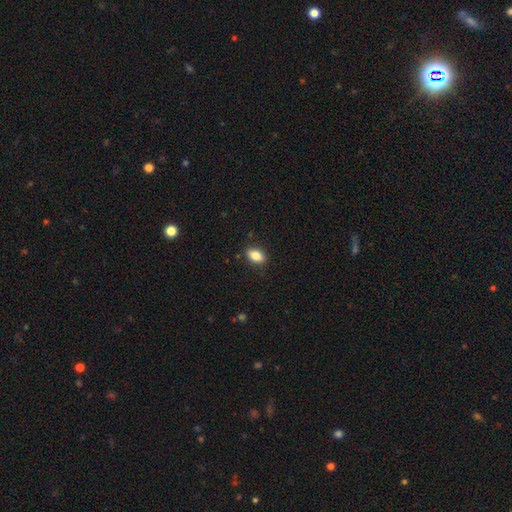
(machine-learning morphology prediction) The model was most divided on "how rounded": in between: 86%, round: 10%, cigar-shaped: 3%. More confident: merging — none (87%); smooth or featured — smooth (85%).